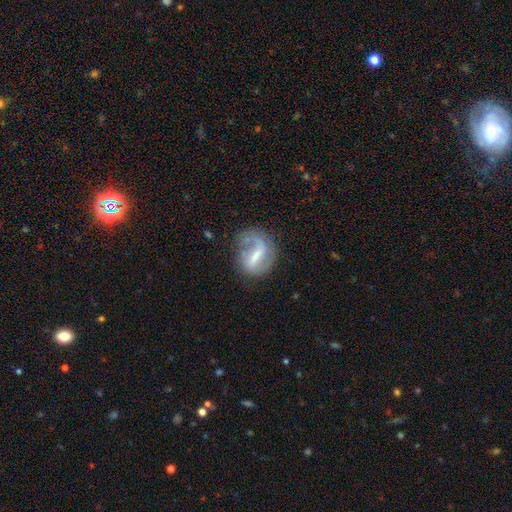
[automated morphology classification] Smooth or featured: featured or disk — 71% (smooth — 21%)
Edge-on disk: no — 96% (yes — 4%)
Bar: strong — 49% (weak — 39%)
Spiral arms: yes — 80% (no — 20%)
Spiral winding: loose — 47% (medium — 38%)
Spiral arm count: 2 — 59% (1 — 29%)
Bulge size: small — 41% (moderate — 30%)
Merging: none — 57% (minor disturbance — 21%)